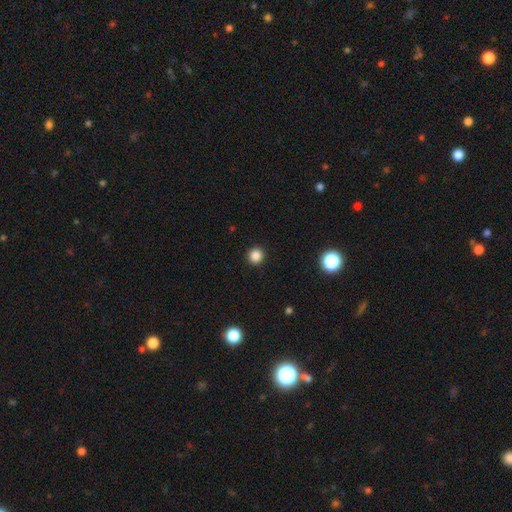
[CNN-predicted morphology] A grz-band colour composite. It shows a smooth galaxy with no disk features (84%) that is round (94%). Merging: none (93%).